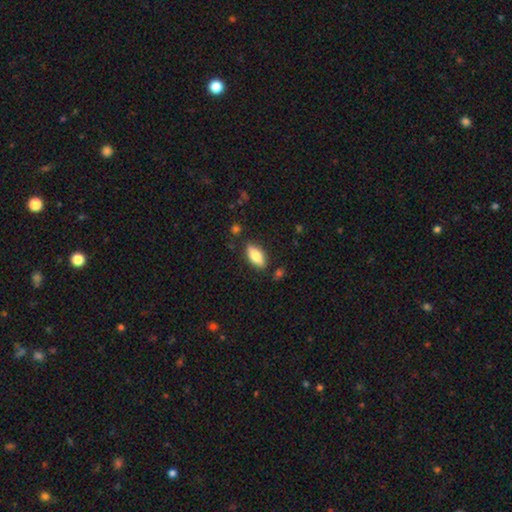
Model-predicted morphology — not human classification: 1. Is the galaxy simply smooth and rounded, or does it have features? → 75% smooth, 19% featured or disk, 7% star or artifact.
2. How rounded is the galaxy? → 82% in between, 16% cigar-shaped, 3% round.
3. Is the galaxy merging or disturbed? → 84% none, 11% minor disturbance, 2% major disturbance, 2% merger.